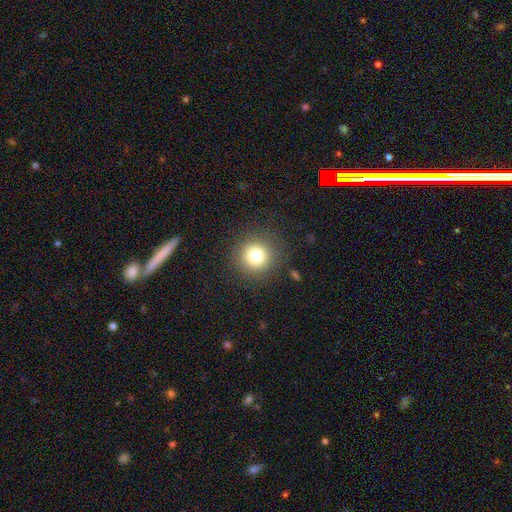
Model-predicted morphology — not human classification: This appears to be a smooth galaxy with no disk features (79%) that is round (94%). Merging: none (87%).